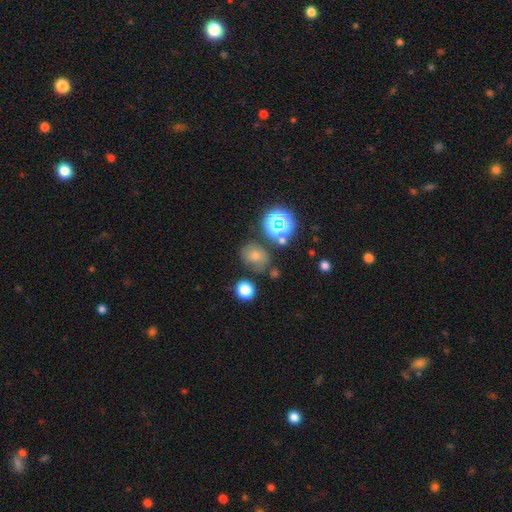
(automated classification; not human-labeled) A smooth galaxy with no disk features (46%).

Vote fractions:
- Smooth or featured? smooth: 46% / star or artifact: 35% / featured or disk: 19%
- Merging? none: 72% / minor disturbance: 15% / merger: 7% / major disturbance: 6%